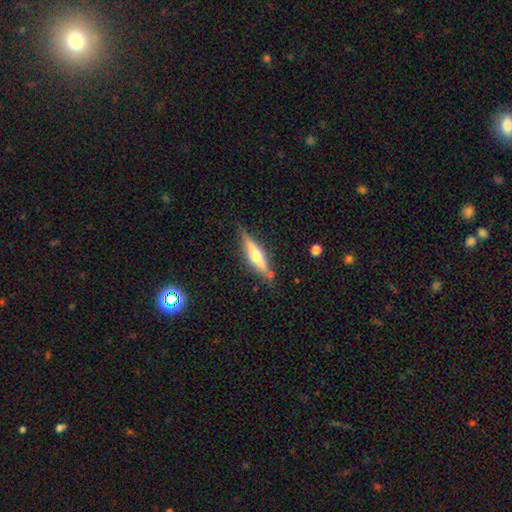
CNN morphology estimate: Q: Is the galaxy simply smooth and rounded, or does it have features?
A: featured or disk — 62%.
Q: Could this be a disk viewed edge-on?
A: yes — 95%.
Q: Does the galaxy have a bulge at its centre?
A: rounded — 90%.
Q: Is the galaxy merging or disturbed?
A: none — 80%.